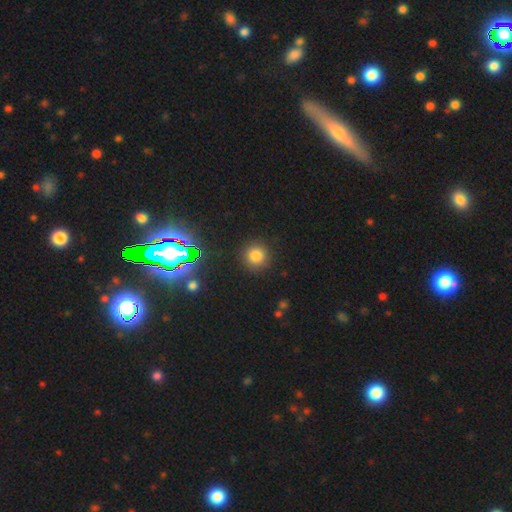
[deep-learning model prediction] This is likely a smooth galaxy (77%). How rounded: clearly round (94%). Merging: clearly none (90%).